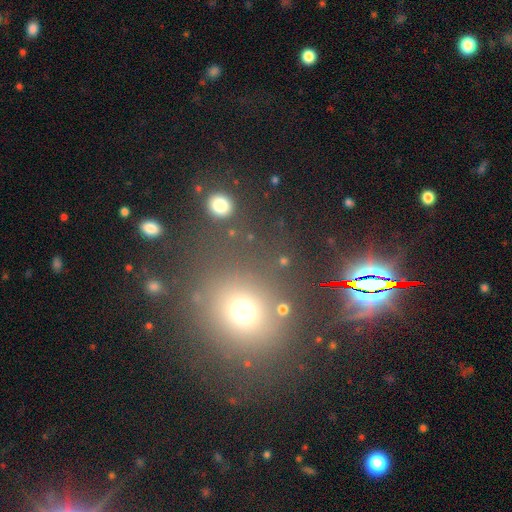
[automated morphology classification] smooth-or-featured: smooth: 50% | star or artifact: 40% | featured or disk: 10%
  how-rounded: round: 80% | in between: 18% | cigar-shaped: 2%
  merging: none: 80% | minor disturbance: 9% | major disturbance: 6% | merger: 6%